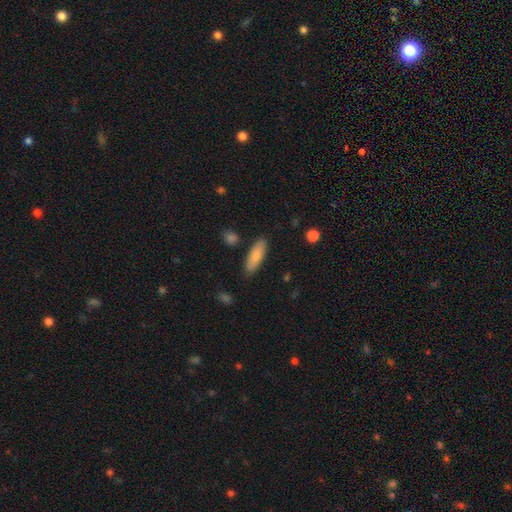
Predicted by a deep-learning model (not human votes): A smooth galaxy with no disk features (81%) that is in between round and cigar-shaped (52%). Merging: none (86%).